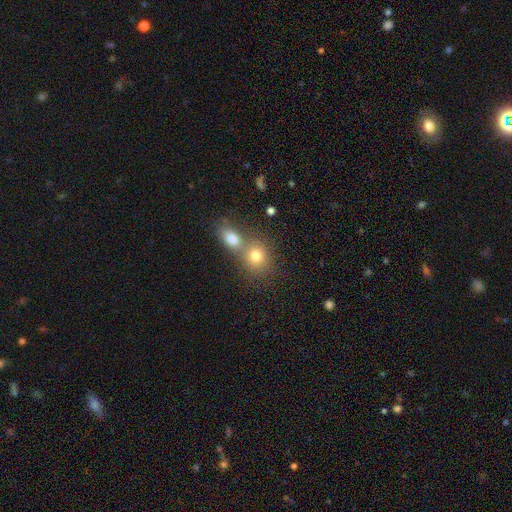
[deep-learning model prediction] smooth 76%, star or artifact 12%, featured or disk 12%. Down the decision tree: how rounded — round (69%); merging — merger (49%).